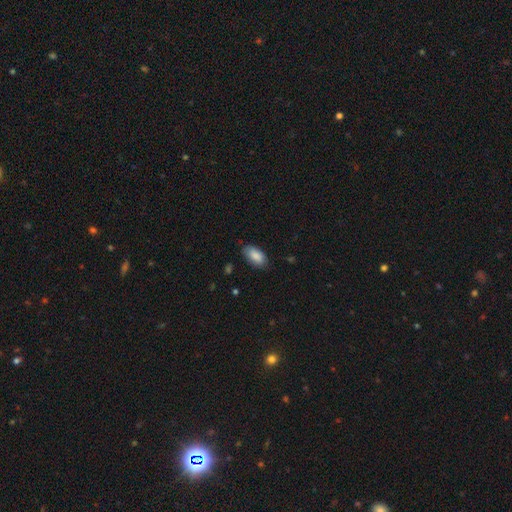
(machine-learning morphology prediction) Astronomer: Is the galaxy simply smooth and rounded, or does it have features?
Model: smooth — 87%.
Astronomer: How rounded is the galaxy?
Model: in between — 94%.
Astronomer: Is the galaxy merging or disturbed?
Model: none — 80%.